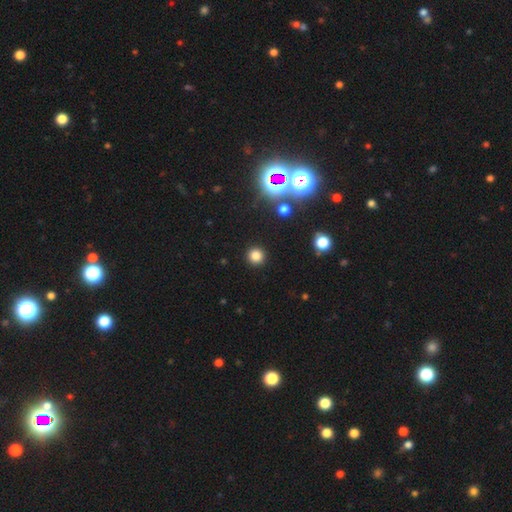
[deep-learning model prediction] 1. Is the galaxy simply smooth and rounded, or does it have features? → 78% smooth, 17% star or artifact, 5% featured or disk.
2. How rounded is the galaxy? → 94% round, 4% in between, 1% cigar-shaped.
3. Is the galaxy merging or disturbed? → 92% none, 5% minor disturbance, 2% major disturbance, 2% merger.